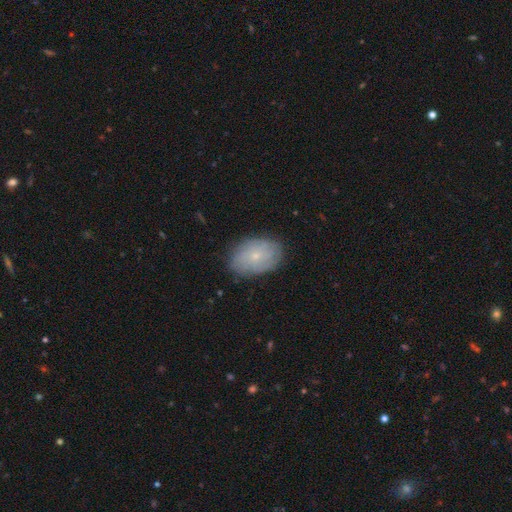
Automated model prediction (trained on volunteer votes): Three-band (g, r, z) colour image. It shows a smooth galaxy with no disk features (51%) that is in between round and cigar-shaped (84%). Merging: none (82%).